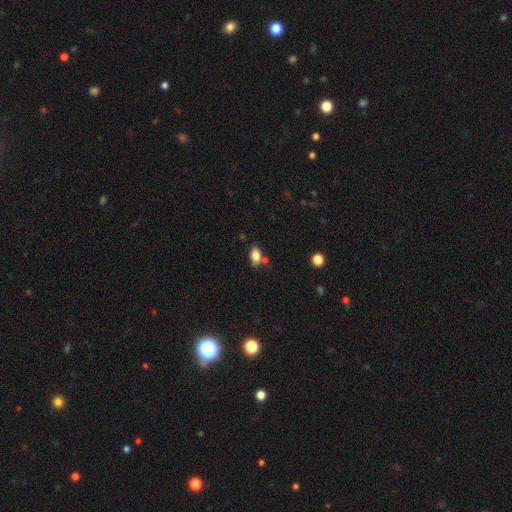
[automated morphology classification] smooth 83%, star or artifact 9%, featured or disk 8%. Down the decision tree: how rounded — in between (88%); merging — none (64%).